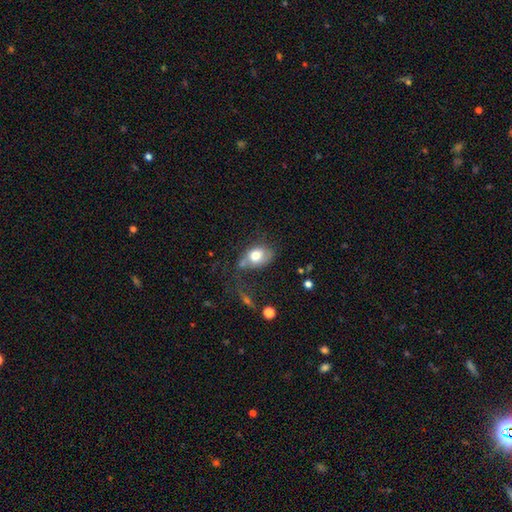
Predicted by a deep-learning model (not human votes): This appears to be a smooth galaxy with no disk features (70%) that is in between round and cigar-shaped (75%). Merging: none (42%).